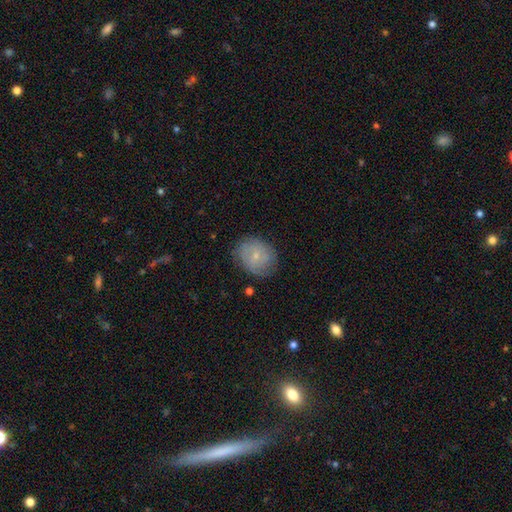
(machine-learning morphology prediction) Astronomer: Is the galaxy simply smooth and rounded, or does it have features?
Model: featured or disk — 47% (runner-up: smooth, 45%).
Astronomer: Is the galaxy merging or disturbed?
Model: none — 75%.